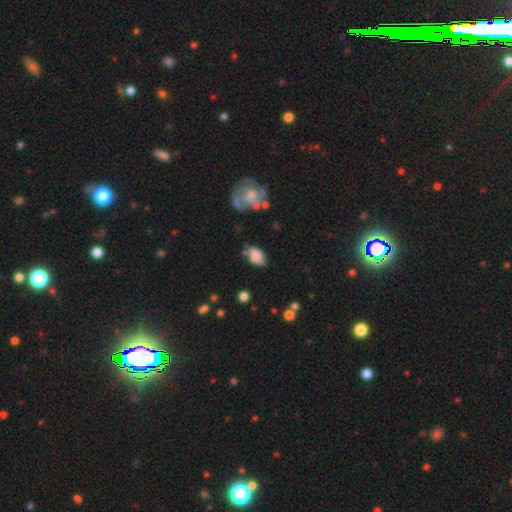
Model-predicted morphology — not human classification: This appears to be a smooth galaxy with no disk features (76%) that is in between round and cigar-shaped (88%). Merging: none (54%).